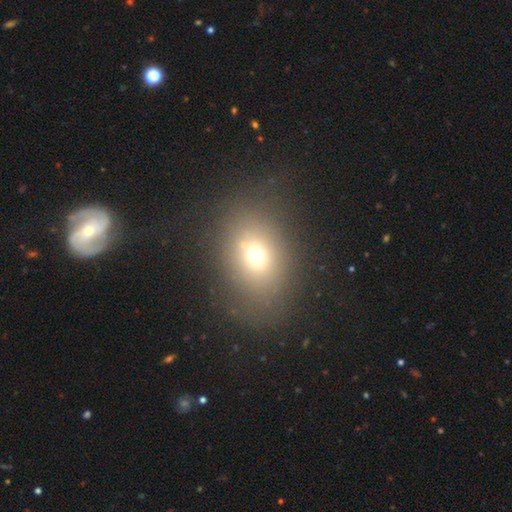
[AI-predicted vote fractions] Smooth or featured? Predicted: smooth (p=0.66). How rounded? Predicted: in between (p=0.59). Merging? Predicted: none (p=0.75).